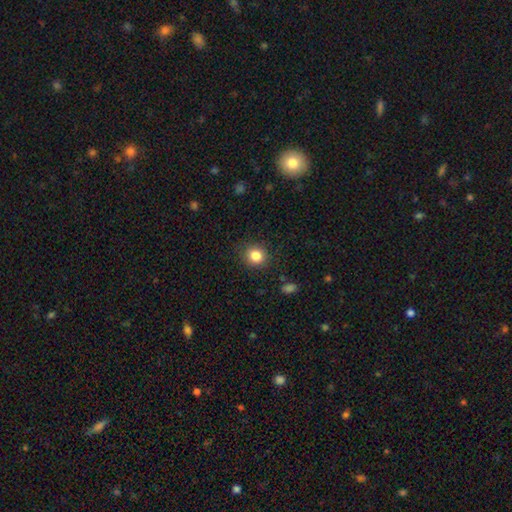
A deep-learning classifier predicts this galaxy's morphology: smooth-or-featured: smooth: 84% | star or artifact: 11% | featured or disk: 5%
  how-rounded: round: 83% | in between: 16% | cigar-shaped: 1%
  merging: none: 87% | minor disturbance: 9% | major disturbance: 3% | merger: 1%